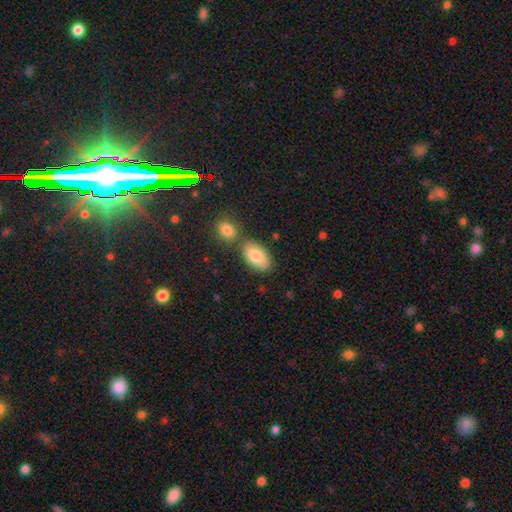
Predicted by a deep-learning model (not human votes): Morphology: type=smooth (82%); roundness=in between (94%); merging=none (65%).